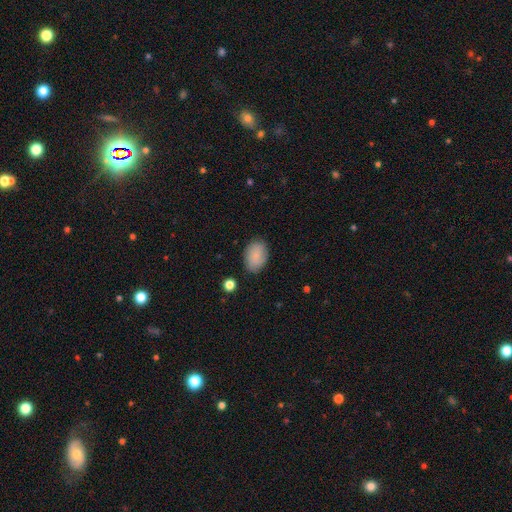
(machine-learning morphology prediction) The model was most divided on "merging": none: 81%, minor disturbance: 14%, major disturbance: 3%, merger: 2%. More confident: how rounded — in between (84%); smooth or featured — smooth (82%).